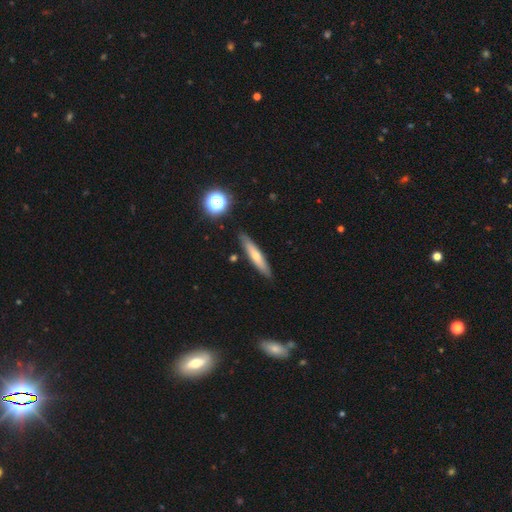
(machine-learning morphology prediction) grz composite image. It shows a smooth galaxy with no disk features (55%) that is cigar-shaped (89%). Merging: none (87%).